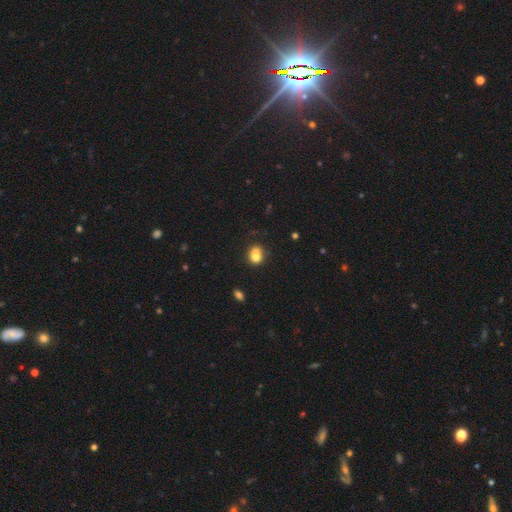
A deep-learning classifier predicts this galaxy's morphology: The model was most divided on "merging": merger: 40%, none: 37%, minor disturbance: 17%, major disturbance: 7%. More confident: smooth or featured — smooth (74%); how rounded — round (53%).